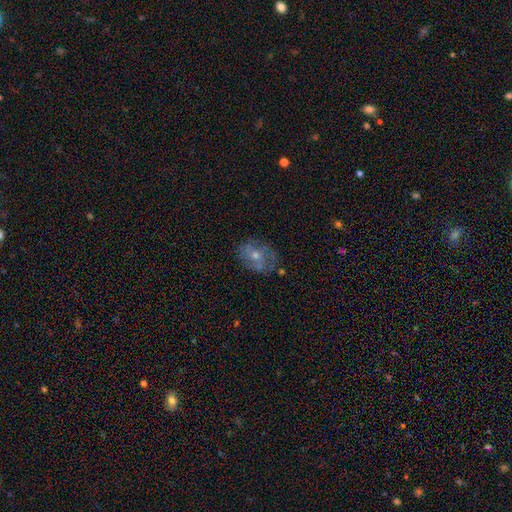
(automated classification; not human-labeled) smooth_or_featured: featured or disk (p=0.47) [alt: smooth p=0.43]
merging: none (p=0.60) [alt: minor disturbance p=0.24]